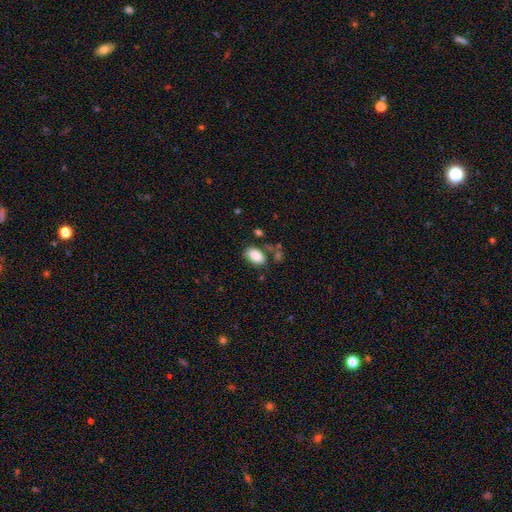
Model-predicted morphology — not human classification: Smooth or featured? smooth (85%)
How rounded? in between (91%)
Merging? none (70%)